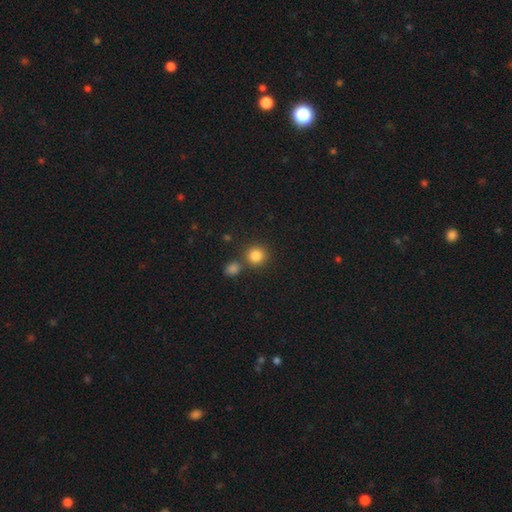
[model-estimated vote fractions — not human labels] This is clearly a smooth galaxy (85%). How rounded: clearly round (90%). Merging: likely none (73%).